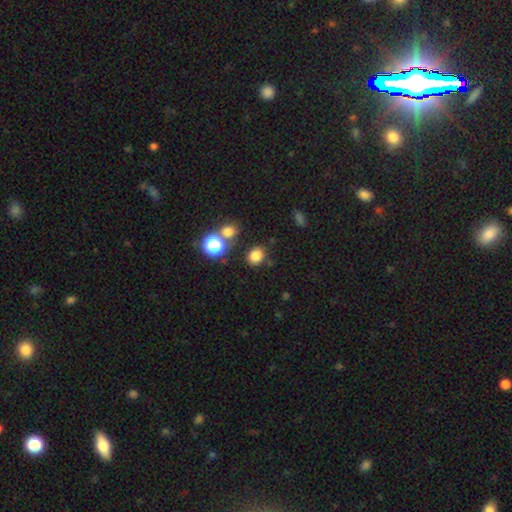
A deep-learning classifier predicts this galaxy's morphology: smooth-or-featured: smooth: 80% | star or artifact: 15% | featured or disk: 5%
  how-rounded: round: 60% | in between: 39% | cigar-shaped: 1%
  merging: none: 76% | minor disturbance: 12% | merger: 8% | major disturbance: 4%